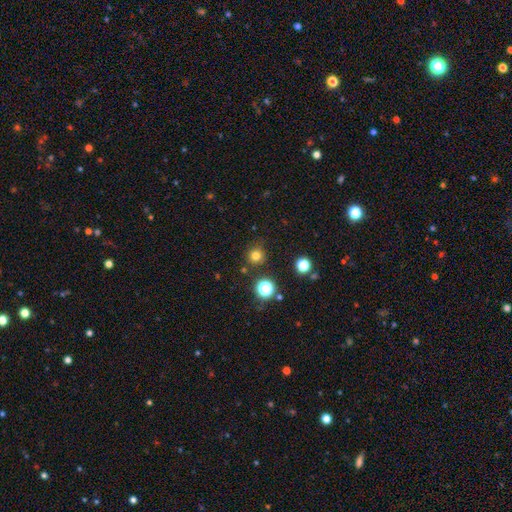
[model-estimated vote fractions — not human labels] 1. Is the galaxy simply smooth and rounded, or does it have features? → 76% smooth, 18% star or artifact, 6% featured or disk.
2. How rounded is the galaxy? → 94% round, 5% in between, 1% cigar-shaped.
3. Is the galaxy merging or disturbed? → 84% none, 9% minor disturbance, 3% merger, 3% major disturbance.